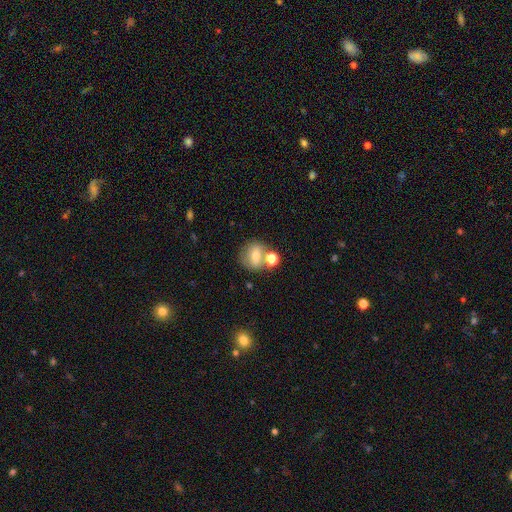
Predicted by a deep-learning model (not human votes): Smooth or featured?
  - smooth: 62% *
  - featured or disk: 26%
  - star or artifact: 12%
How rounded?
  - round: 70% *
  - in between: 29%
  - cigar-shaped: 2%
Merging?
  - none: 55% *
  - merger: 29%
  - minor disturbance: 12%
  - major disturbance: 5%